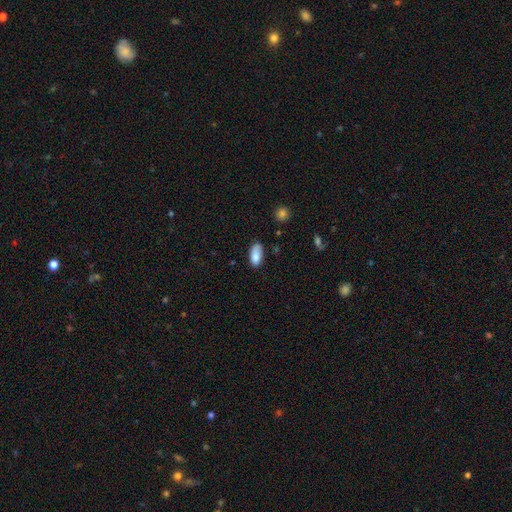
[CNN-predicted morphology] Smooth or featured? smooth (86%)
How rounded? in between (90%)
Merging? none (69%)